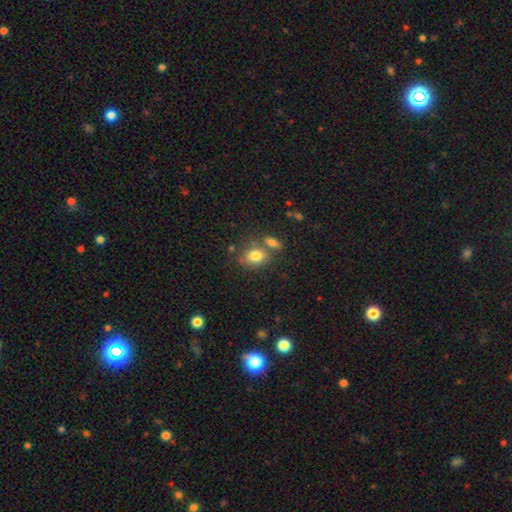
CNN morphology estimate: smooth_or_featured: smooth (p=0.80) [alt: featured or disk p=0.11]
how_rounded: in between (p=0.64) [alt: round p=0.34]
merging: none (p=0.55) [alt: merger p=0.26]